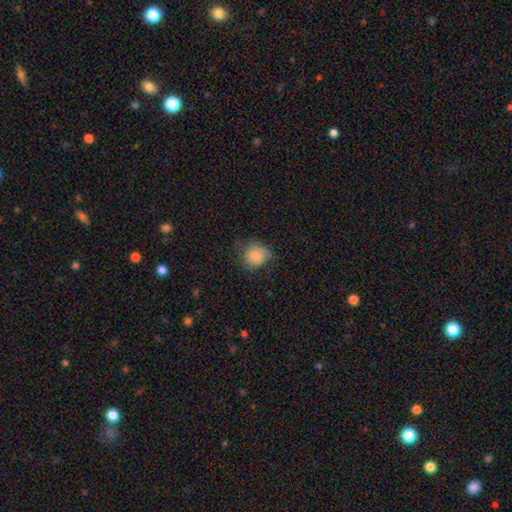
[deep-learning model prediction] Smooth or featured: smooth — 78% (featured or disk — 14%)
How rounded: round — 72% (in between — 27%)
Merging: none — 52% (minor disturbance — 32%)